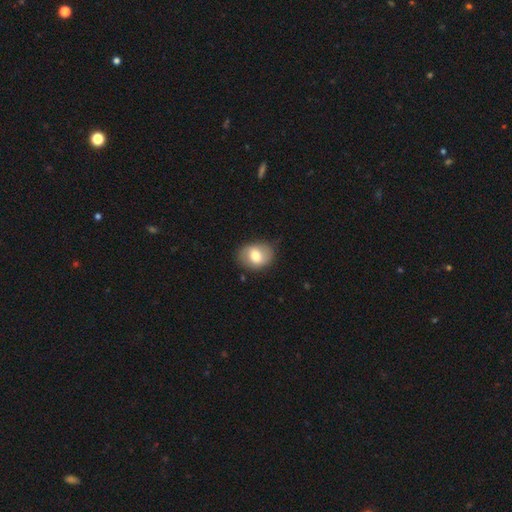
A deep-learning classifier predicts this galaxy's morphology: smooth 67%, featured or disk 25%, star or artifact 7%. Down the decision tree: how rounded — in between (60%); merging — none (77%).